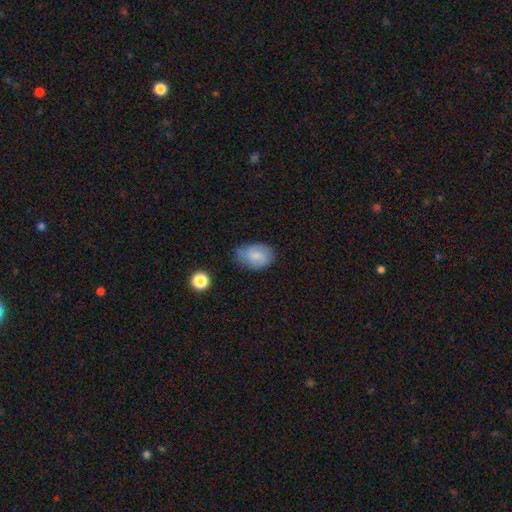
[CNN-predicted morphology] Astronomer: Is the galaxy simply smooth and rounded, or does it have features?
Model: smooth — 75%.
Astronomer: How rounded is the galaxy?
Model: in between — 84%.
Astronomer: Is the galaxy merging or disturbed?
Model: none — 63%.